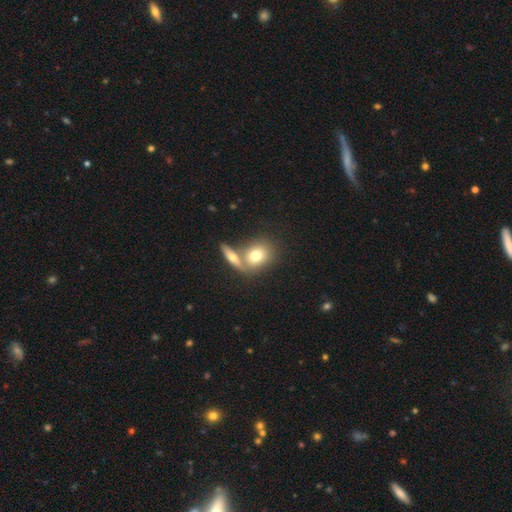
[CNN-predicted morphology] Smooth or featured? smooth (70%)
How rounded? round (49%)
Merging? none (46%)